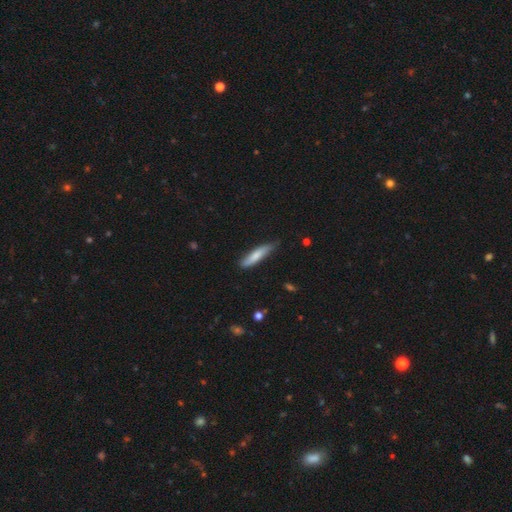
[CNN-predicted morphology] Q: Smooth or featured?
A: smooth (75%); runner-up: featured or disk (19%)
Q: How rounded?
A: cigar-shaped (80%); runner-up: in between (19%)
Q: Merging?
A: none (71%); runner-up: minor disturbance (24%)